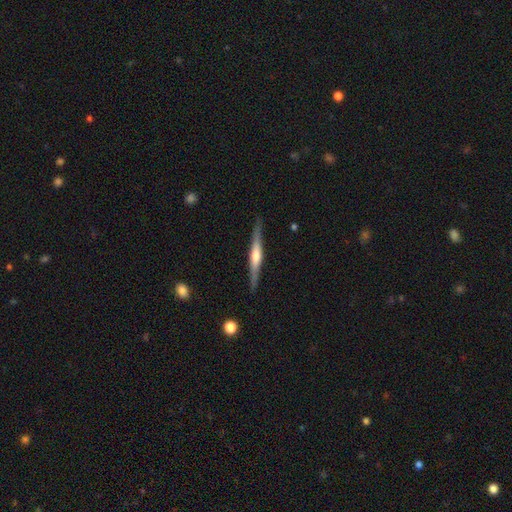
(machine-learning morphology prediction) This appears to be a featured or disk galaxy (68%) viewed edge-on (97%) with a rounded central bulge (71%). Merging: none (87%).